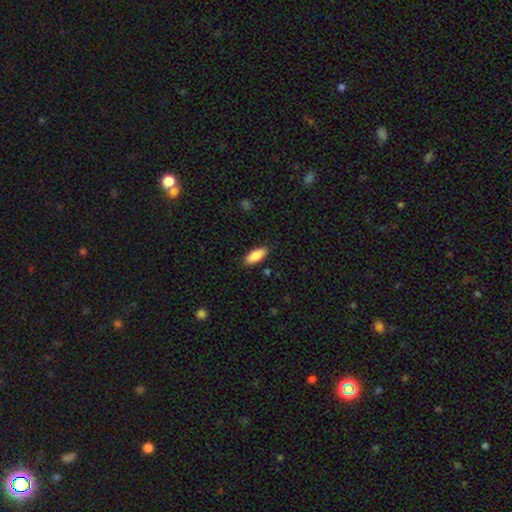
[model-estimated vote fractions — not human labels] Smooth or featured: smooth — 87% (featured or disk — 7%)
How rounded: in between — 78% (cigar-shaped — 21%)
Merging: none — 88% (minor disturbance — 9%)